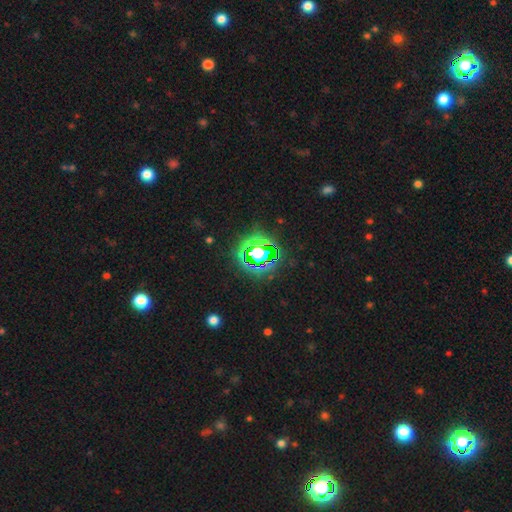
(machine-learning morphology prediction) The model was most divided on "smooth or featured": star or artifact: 69%, smooth: 20%, featured or disk: 11%.